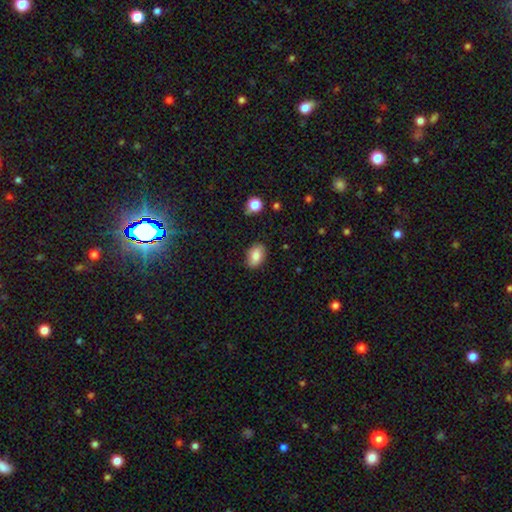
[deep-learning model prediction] Smooth or featured? Predicted: smooth (p=0.84). How rounded? Predicted: in between (p=0.88). Merging? Predicted: none (p=0.83).